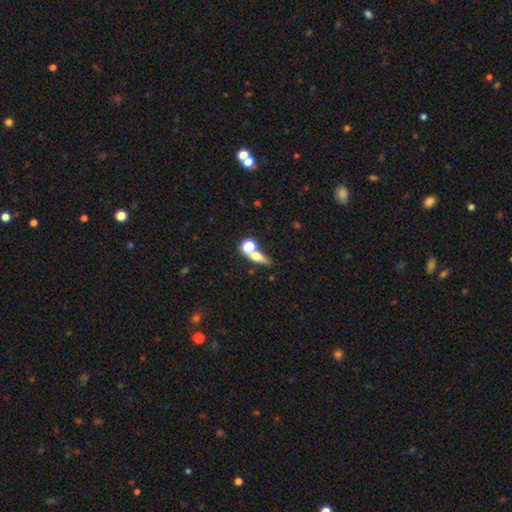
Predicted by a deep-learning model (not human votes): Smooth or featured: smooth — 62% (featured or disk — 23%)
How rounded: in between — 42% (round — 33%)
Merging: none — 43% (merger — 40%)